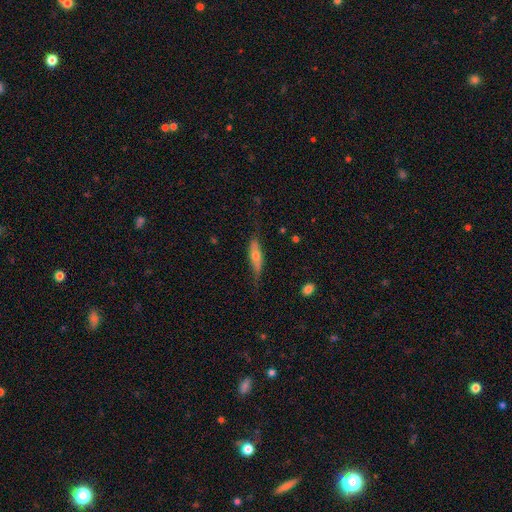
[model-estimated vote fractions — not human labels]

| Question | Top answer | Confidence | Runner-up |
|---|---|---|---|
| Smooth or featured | smooth | 53% | featured or disk (41%) |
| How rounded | cigar-shaped | 56% | in between (41%) |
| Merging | none | 63% | minor disturbance (27%) |